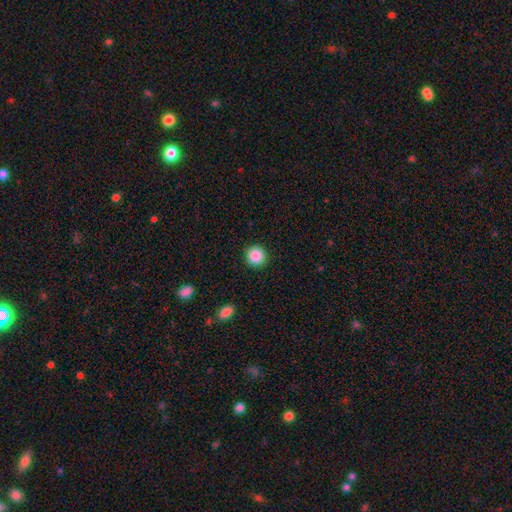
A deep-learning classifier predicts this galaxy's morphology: The model was most divided on "smooth or featured": smooth: 88%, star or artifact: 9%, featured or disk: 3%. More confident: how rounded — round (94%); merging — none (91%).